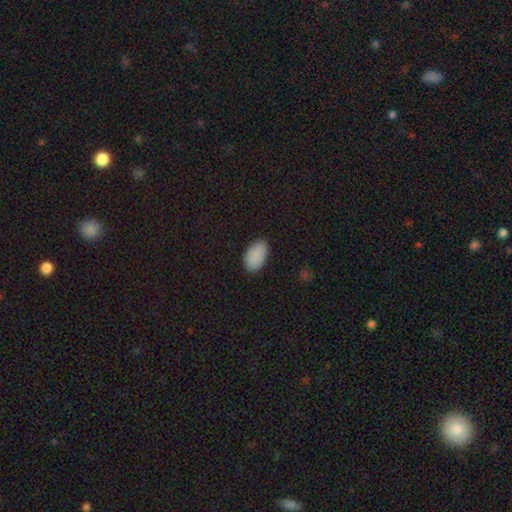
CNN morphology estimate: A smooth galaxy with no disk features (89%) that is in between round and cigar-shaped (94%).

Vote fractions:
- Smooth or featured? smooth: 89% / star or artifact: 7% / featured or disk: 3%
- How rounded? in between: 94% / round: 4% / cigar-shaped: 1%
- Merging? none: 82% / minor disturbance: 14% / major disturbance: 3% / merger: 1%